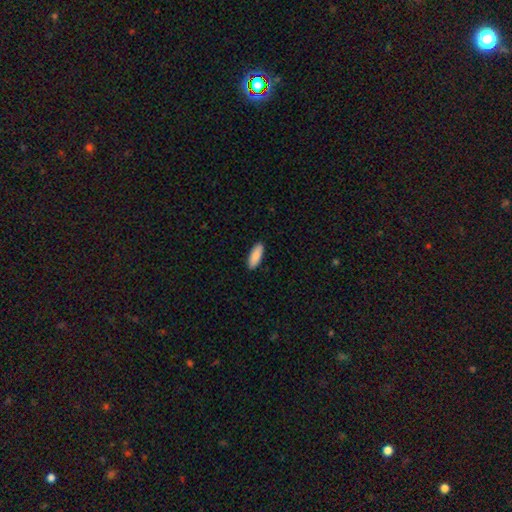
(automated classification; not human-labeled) Smooth or featured? smooth (90%)
How rounded? in between (70%)
Merging? none (91%)